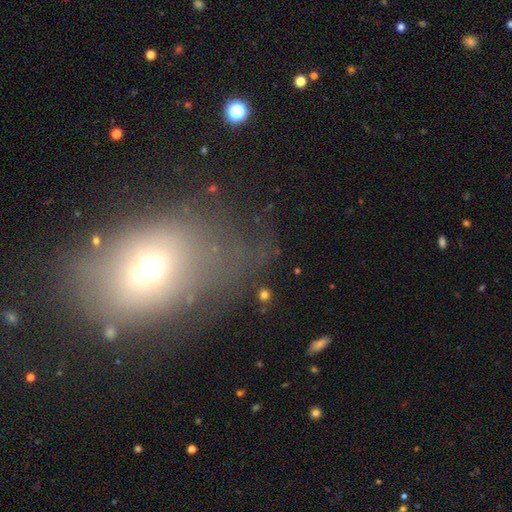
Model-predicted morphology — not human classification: Smooth or featured? Predicted: smooth (p=0.52). How rounded? Predicted: in between (p=0.59). Merging? Predicted: none (p=0.50).